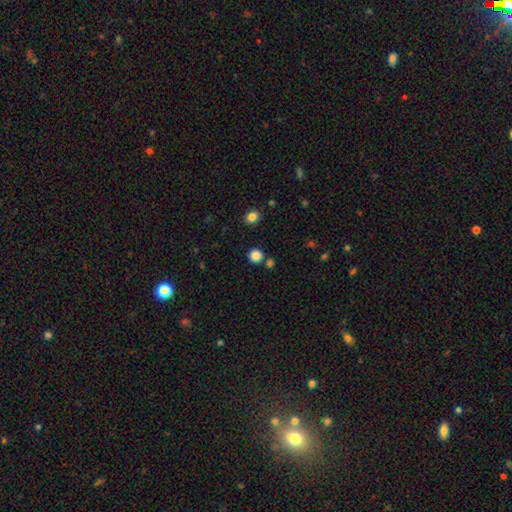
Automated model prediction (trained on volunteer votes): Smooth or featured? smooth (85%)
How rounded? round (92%)
Merging? none (81%)